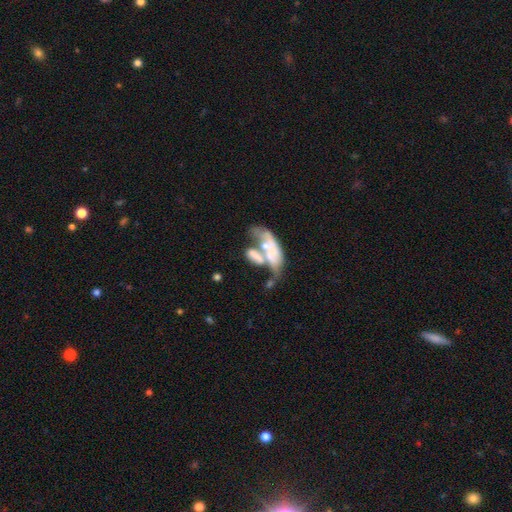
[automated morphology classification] smooth-or-featured: featured or disk: 48% | smooth: 43% | star or artifact: 9%
  merging: merger: 64% | major disturbance: 17% | none: 11% | minor disturbance: 8%